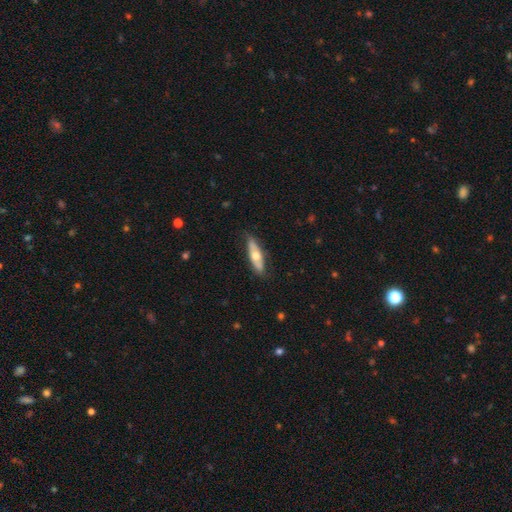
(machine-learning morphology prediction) Overall: smooth (53%; featured or disk 42%). How rounded: cigar-shaped (49%, tied with in between). Merging: none (79%).